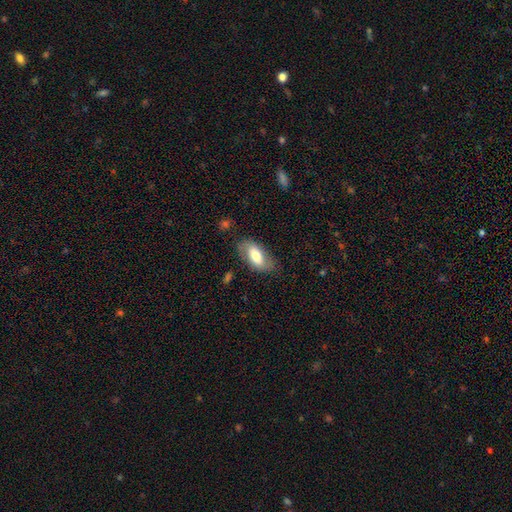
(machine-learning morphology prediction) Q: Smooth or featured?
A: smooth (64%); runner-up: featured or disk (30%)
Q: How rounded?
A: in between (91%); runner-up: cigar-shaped (6%)
Q: Merging?
A: none (74%); runner-up: minor disturbance (18%)